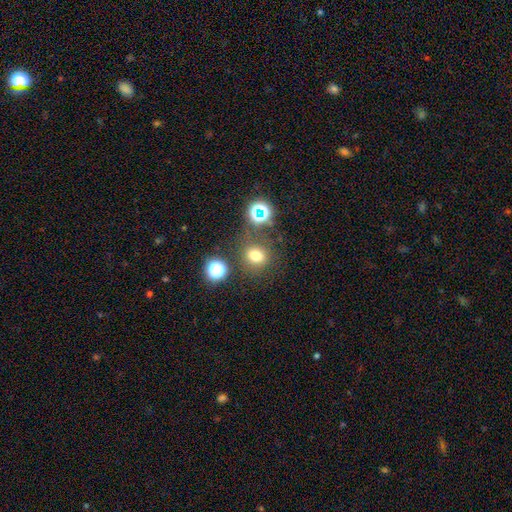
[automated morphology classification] Smooth or featured?
  - smooth: 71% *
  - star or artifact: 21%
  - featured or disk: 8%
How rounded?
  - round: 79% *
  - in between: 20%
  - cigar-shaped: 1%
Merging?
  - none: 77% *
  - minor disturbance: 11%
  - merger: 8%
  - major disturbance: 5%